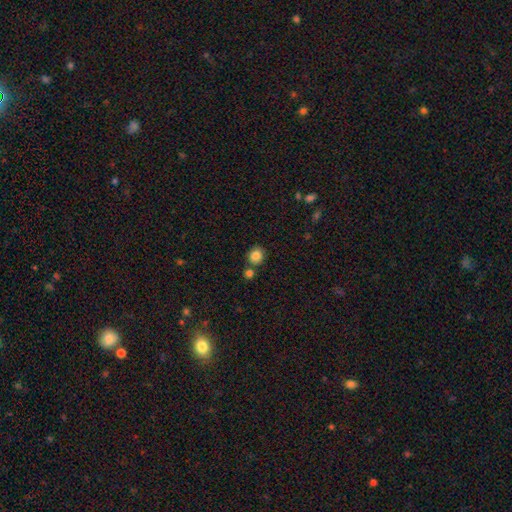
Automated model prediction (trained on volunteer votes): smooth 84%, star or artifact 11%, featured or disk 5%. Down the decision tree: how rounded — round (85%); merging — none (73%).